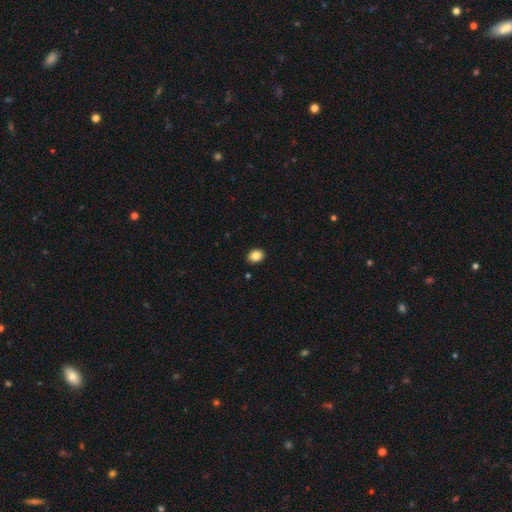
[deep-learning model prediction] Smooth or featured: smooth — 85% (star or artifact — 10%)
How rounded: round — 51% (in between — 48%)
Merging: none — 91% (minor disturbance — 6%)